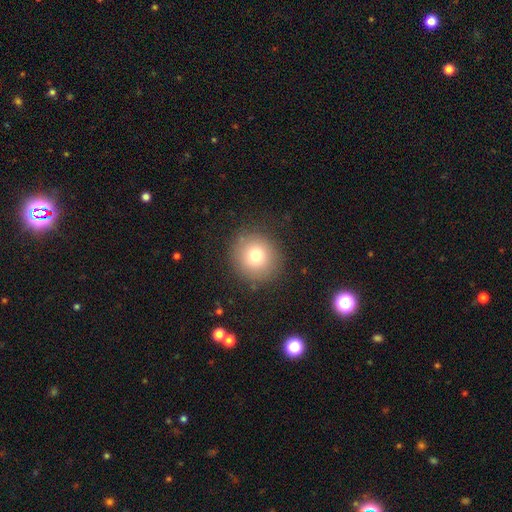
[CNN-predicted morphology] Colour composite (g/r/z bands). It shows a smooth galaxy with no disk features (76%) that is round (93%). Merging: none (87%).